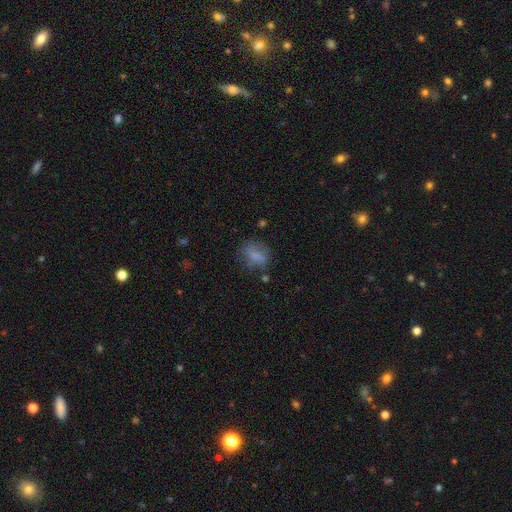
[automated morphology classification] The model was most divided on "how rounded": in between: 62%, round: 33%, cigar-shaped: 5%. More confident: smooth or featured — smooth (71%); merging — none (55%).